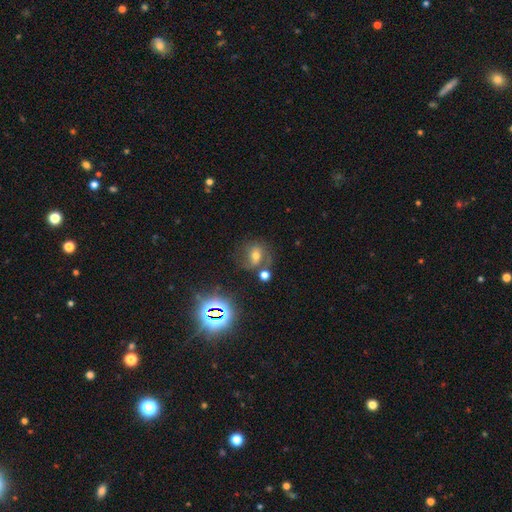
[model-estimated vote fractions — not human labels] Smooth or featured?
  - smooth: 38% *
  - featured or disk: 36%
  - star or artifact: 26%
Merging?
  - none: 51% *
  - minor disturbance: 19%
  - merger: 17%
  - major disturbance: 13%